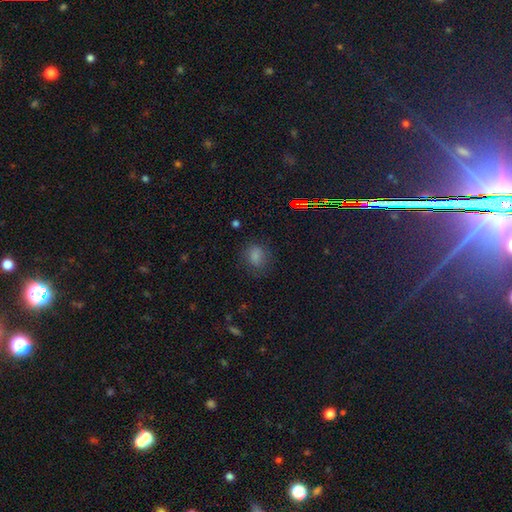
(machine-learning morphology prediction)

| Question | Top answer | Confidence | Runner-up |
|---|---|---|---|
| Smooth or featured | smooth | 77% | star or artifact (15%) |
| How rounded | round | 56% | in between (43%) |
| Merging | none | 72% | minor disturbance (19%) |